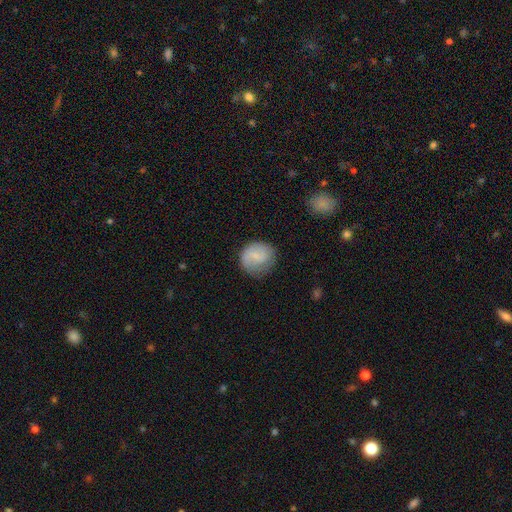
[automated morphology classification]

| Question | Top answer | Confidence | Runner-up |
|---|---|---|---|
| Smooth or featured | smooth | 60% | featured or disk (33%) |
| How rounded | round | 81% | in between (18%) |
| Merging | none | 65% | minor disturbance (23%) |